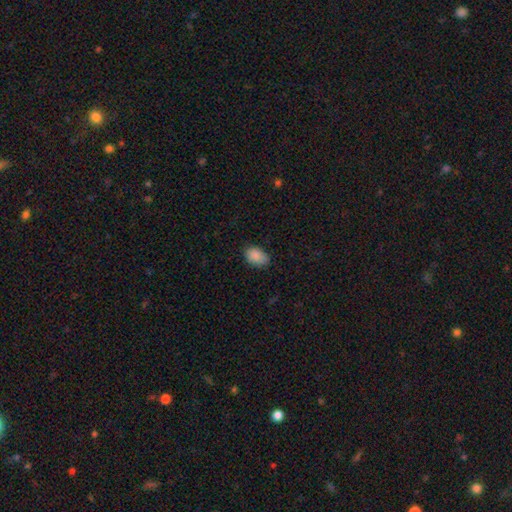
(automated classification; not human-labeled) A smooth galaxy with no disk features (88%) that is in between round and cigar-shaped (84%).

Vote fractions:
- Smooth or featured? smooth: 88% / star or artifact: 8% / featured or disk: 5%
- How rounded? in between: 84% / round: 15% / cigar-shaped: 1%
- Merging? none: 74% / minor disturbance: 22% / major disturbance: 3% / merger: 1%